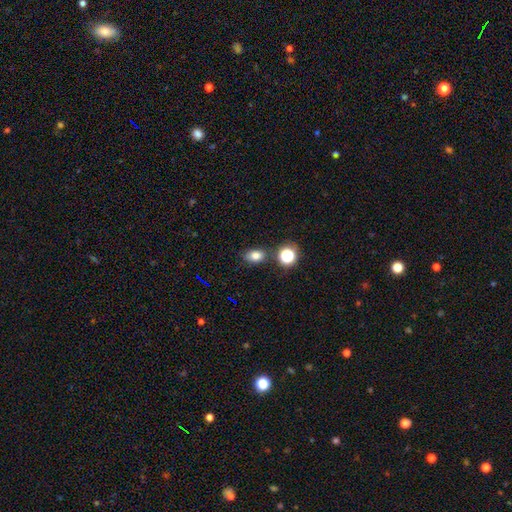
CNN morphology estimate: Smooth or featured? smooth (77%)
How rounded? in between (72%)
Merging? none (79%)